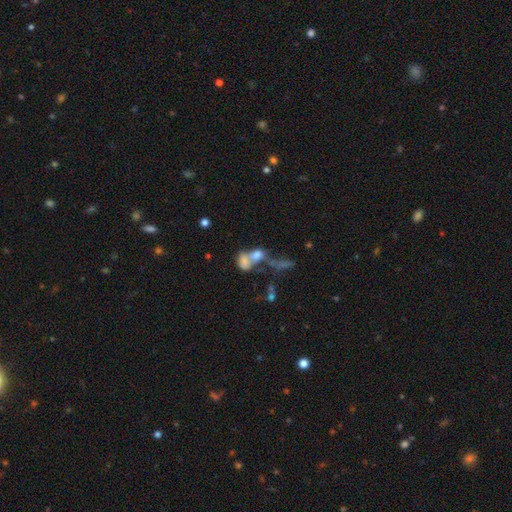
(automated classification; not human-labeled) Q: Smooth or featured?
A: smooth (55%); runner-up: featured or disk (30%)
Q: How rounded?
A: in between (71%); runner-up: round (24%)
Q: Merging?
A: merger (67%); runner-up: none (14%)